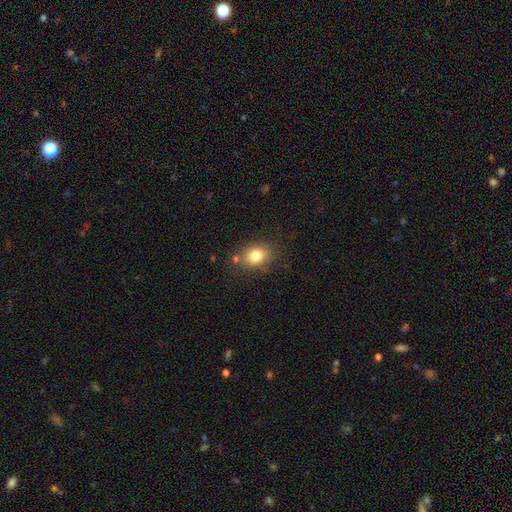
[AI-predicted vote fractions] Smooth or featured: smooth — 81% (star or artifact — 10%)
How rounded: in between — 56% (round — 43%)
Merging: none — 77% (minor disturbance — 13%)